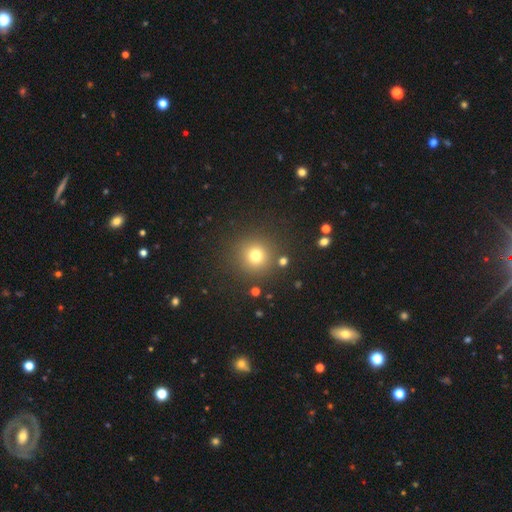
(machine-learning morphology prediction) Overall: smooth (74%). How rounded: round (94%). Merging: none (87%).